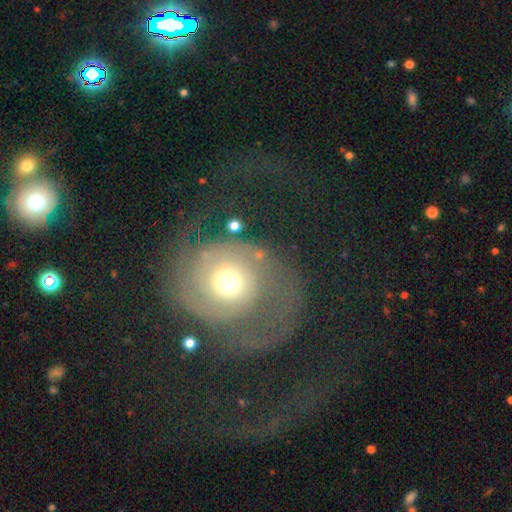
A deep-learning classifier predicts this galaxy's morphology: This is likely a featured or disk galaxy (73%). It is clearly not viewed edge-on (97%). Bar: likely no (79%). Spiral arm pattern: clearly yes (85%). Spiral arm count: likely 2 (65%). Spiral winding: marginally medium (38%). Central bulge: likely moderate (68%). Merging: marginally major disturbance (42%).